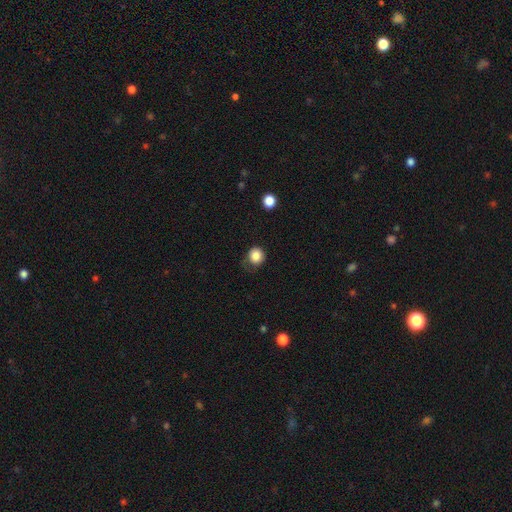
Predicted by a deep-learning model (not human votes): This appears to be a smooth galaxy with no disk features (85%) that is round (85%). Merging: none (57%).